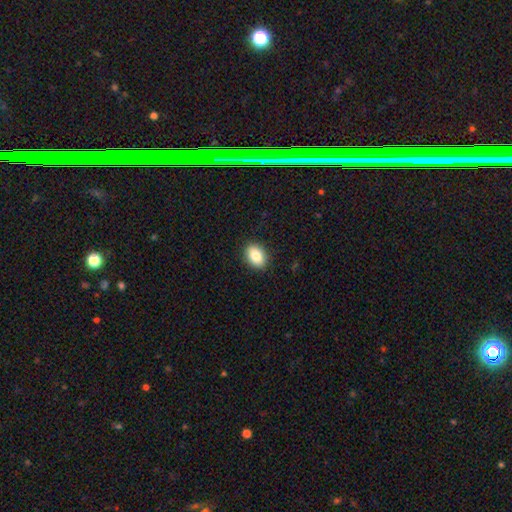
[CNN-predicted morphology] Smooth or featured? smooth (85%)
How rounded? in between (81%)
Merging? none (90%)